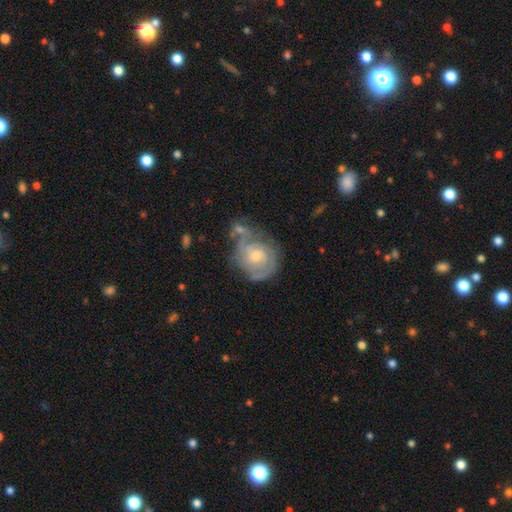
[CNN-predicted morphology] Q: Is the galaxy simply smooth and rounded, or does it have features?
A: featured or disk — 78%.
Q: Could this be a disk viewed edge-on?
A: no — 98%.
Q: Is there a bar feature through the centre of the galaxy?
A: no — 65%.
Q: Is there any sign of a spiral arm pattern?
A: yes — 89%.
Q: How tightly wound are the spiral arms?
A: tight — 60%.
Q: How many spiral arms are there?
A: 2 — 50%.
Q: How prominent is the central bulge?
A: moderate — 51%.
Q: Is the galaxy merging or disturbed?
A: none — 48%.